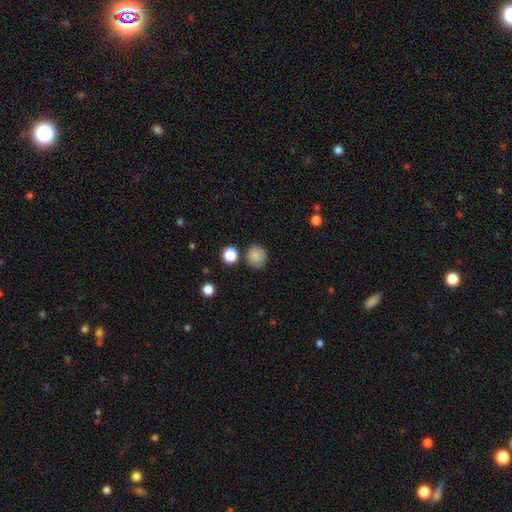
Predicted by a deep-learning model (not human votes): Smooth or featured: smooth — 84% (star or artifact — 10%)
How rounded: round — 84% (in between — 15%)
Merging: none — 78% (minor disturbance — 13%)